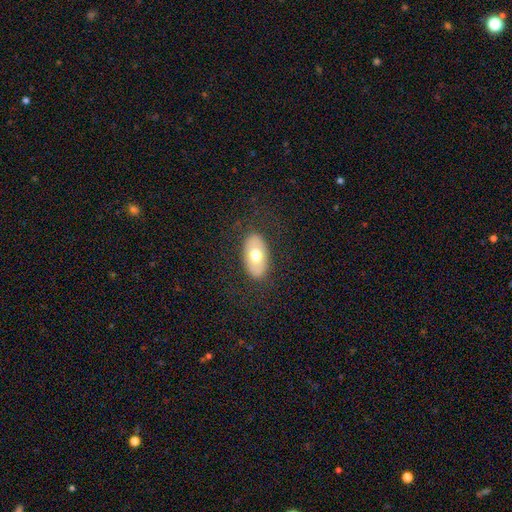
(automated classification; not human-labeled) Smooth or featured? Predicted: smooth (p=0.65). How rounded? Predicted: in between (p=0.93). Merging? Predicted: none (p=0.84).